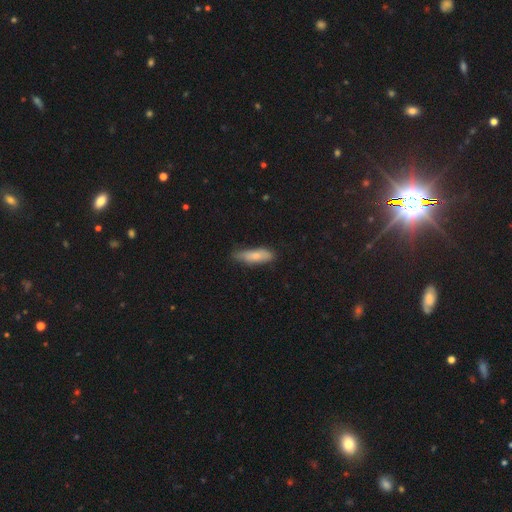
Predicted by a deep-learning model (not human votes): Smooth or featured? Predicted: smooth (p=0.75). How rounded? Predicted: cigar-shaped (p=0.51). Merging? Predicted: none (p=0.69).